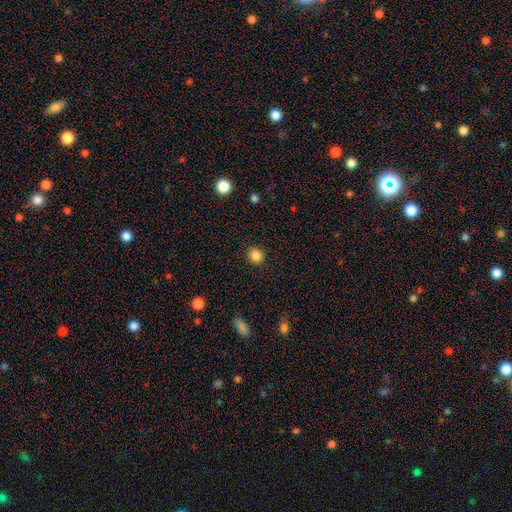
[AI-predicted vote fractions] Smooth or featured: smooth — 85% (star or artifact — 11%)
How rounded: round — 82% (in between — 17%)
Merging: none — 89% (minor disturbance — 7%)